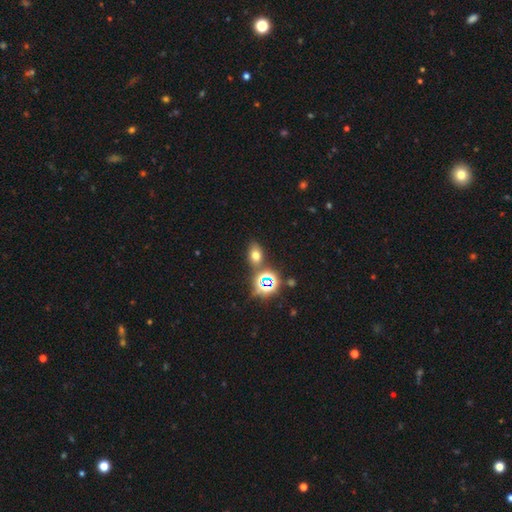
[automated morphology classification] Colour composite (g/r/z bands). It shows a smooth galaxy with no disk features (60%) that is in between round and cigar-shaped (75%). Merging: none (76%).